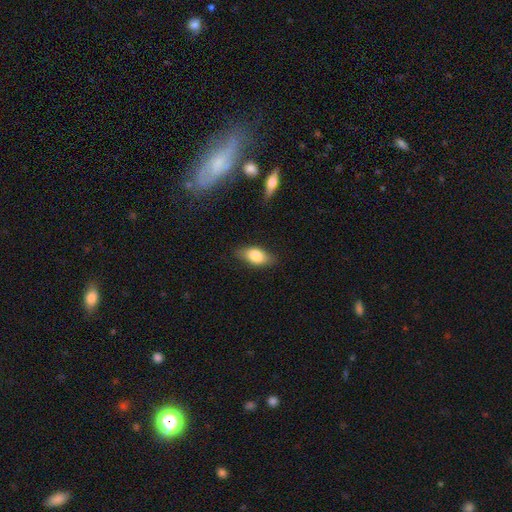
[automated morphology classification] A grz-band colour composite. It shows a smooth galaxy with no disk features (80%) that is in between round and cigar-shaped (89%). Merging: none (79%).